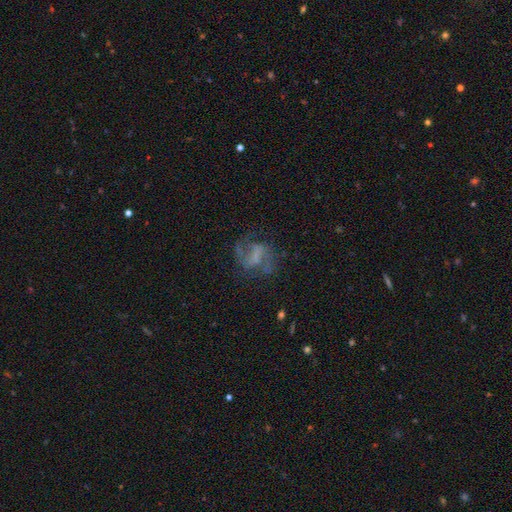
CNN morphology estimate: A featured or disk galaxy (69%) with a weak bar (44%), 2 (74%) medium (45%) spiral arms (80%) and no central bulge (52%). Merging: none (57%).